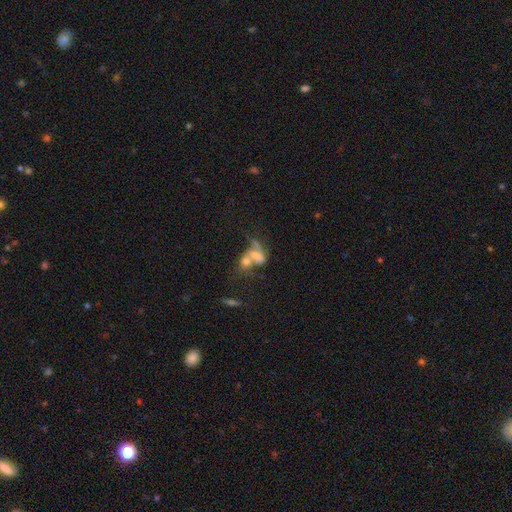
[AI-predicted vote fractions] A smooth galaxy with no disk features (48%). Merging: merger (68%).